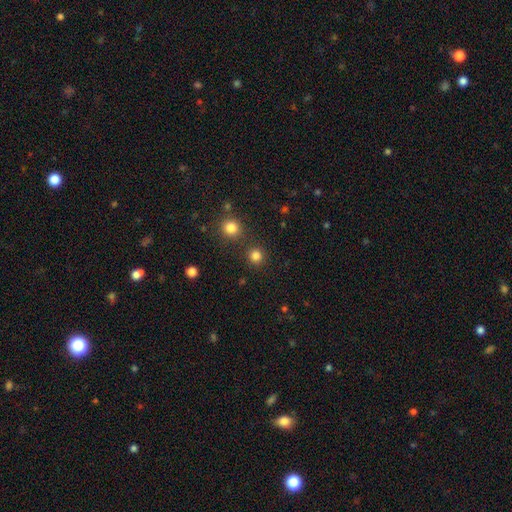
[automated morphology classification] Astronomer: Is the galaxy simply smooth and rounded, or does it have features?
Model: smooth — 82%.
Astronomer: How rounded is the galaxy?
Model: round — 93%.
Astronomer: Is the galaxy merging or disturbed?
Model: none — 86%.